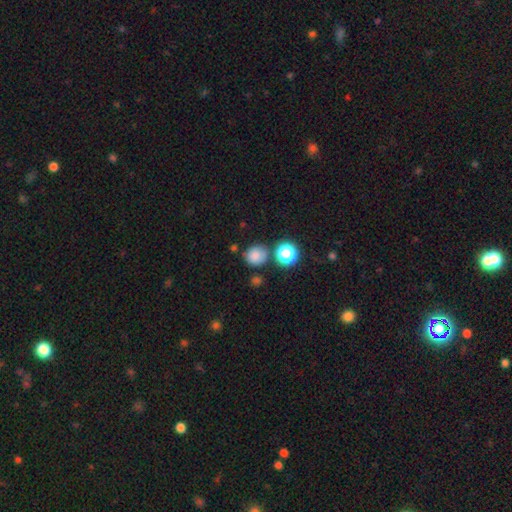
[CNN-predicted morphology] This is likely a smooth galaxy (78%). How rounded: likely round (80%). Merging: likely none (72%).